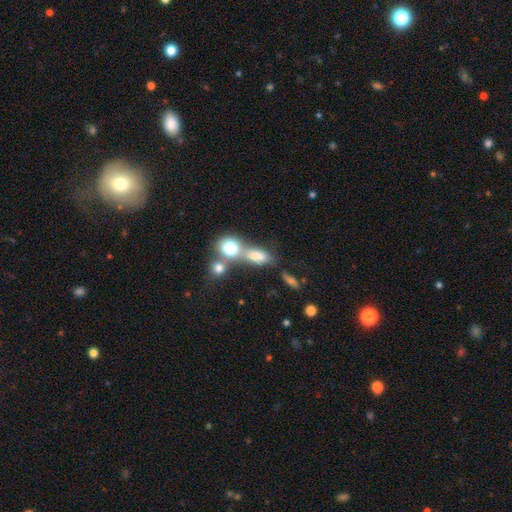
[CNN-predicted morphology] Q: Smooth or featured?
A: smooth (70%); runner-up: star or artifact (16%)
Q: How rounded?
A: in between (60%); runner-up: round (30%)
Q: Merging?
A: merger (45%); runner-up: none (37%)